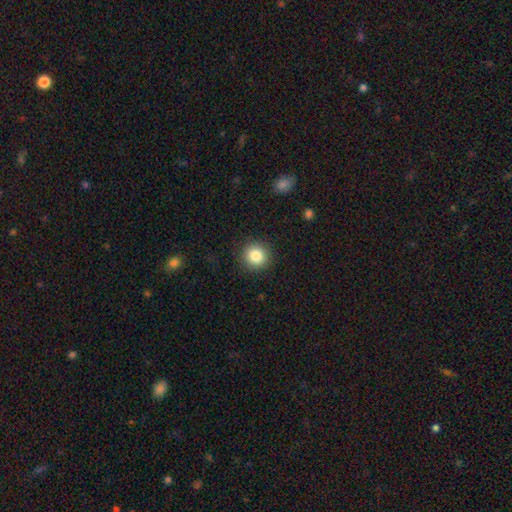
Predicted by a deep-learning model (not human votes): smooth 84%, star or artifact 10%, featured or disk 6%. Down the decision tree: how rounded — round (92%); merging — none (90%).